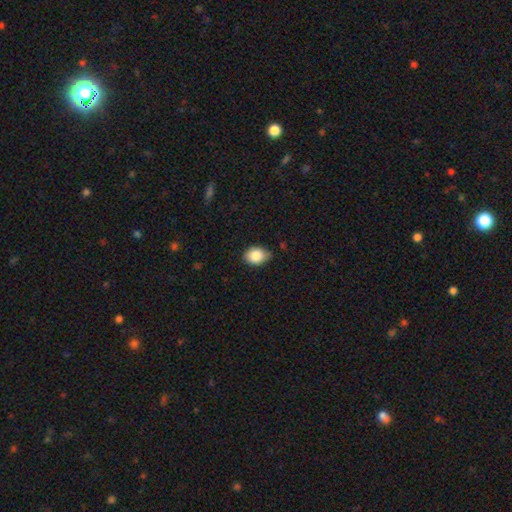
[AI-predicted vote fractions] A smooth galaxy with no disk features (85%) that is in between round and cigar-shaped (71%).

Vote fractions:
- Smooth or featured? smooth: 85% / star or artifact: 8% / featured or disk: 7%
- How rounded? in between: 71% / round: 28% / cigar-shaped: 1%
- Merging? none: 77% / minor disturbance: 19% / major disturbance: 3% / merger: 1%